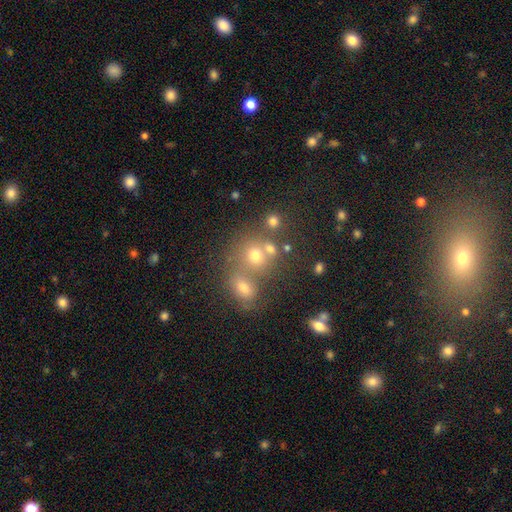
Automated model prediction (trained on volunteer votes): This is likely a smooth galaxy (66%). How rounded: likely round (75%). Merging: possibly none (46%).